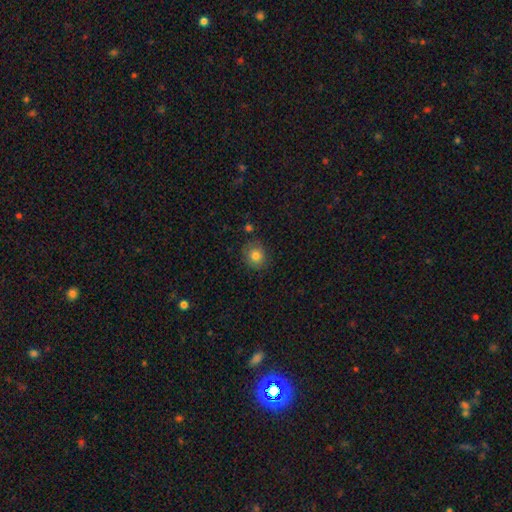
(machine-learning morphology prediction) Q: Smooth or featured?
A: smooth (78%); runner-up: featured or disk (12%)
Q: How rounded?
A: round (78%); runner-up: in between (21%)
Q: Merging?
A: none (80%); runner-up: minor disturbance (14%)